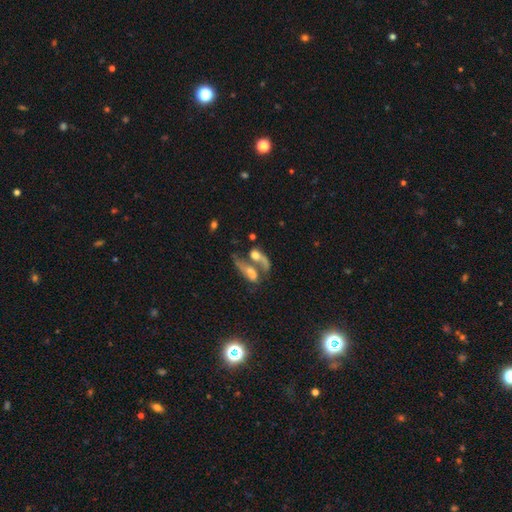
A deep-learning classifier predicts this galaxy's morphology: This appears to be a featured or disk galaxy (50%). Merging: merger (64%).